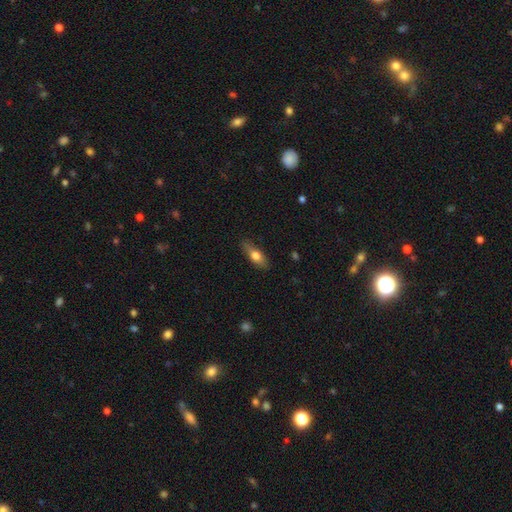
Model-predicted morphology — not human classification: A smooth galaxy with no disk features (68%) that is in between round and cigar-shaped (65%). Merging: none (81%).